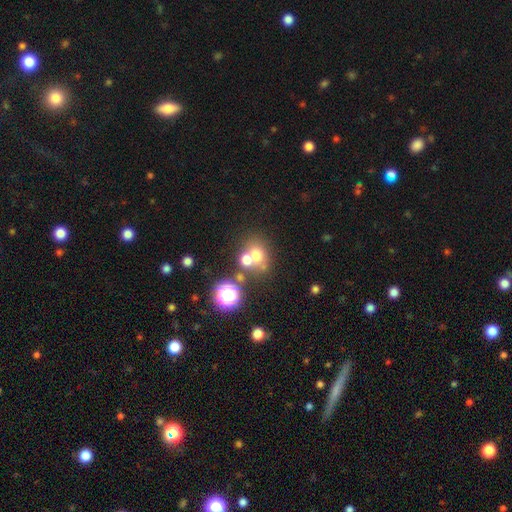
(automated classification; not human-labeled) Overall: smooth (63%). How rounded: round (74%). Merging: none (46%; merger 41%).